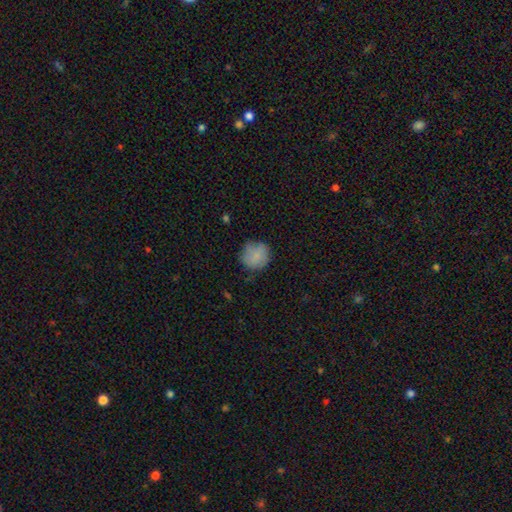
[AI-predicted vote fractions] Q: Smooth or featured?
A: smooth (82%); runner-up: featured or disk (10%)
Q: How rounded?
A: round (89%); runner-up: in between (10%)
Q: Merging?
A: none (71%); runner-up: minor disturbance (22%)